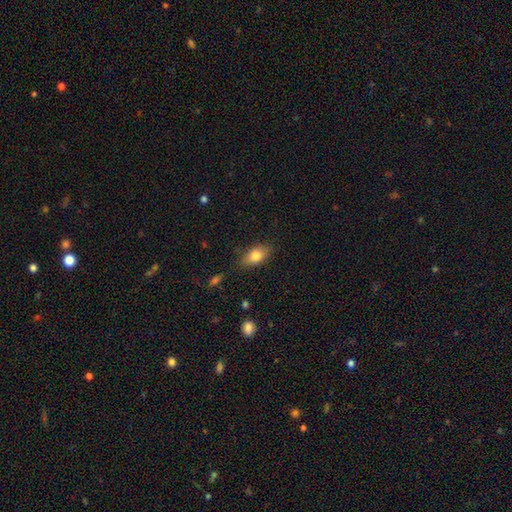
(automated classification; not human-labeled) Smooth or featured?
  - smooth: 78% *
  - featured or disk: 14%
  - star or artifact: 8%
How rounded?
  - in between: 84% *
  - cigar-shaped: 8%
  - round: 8%
Merging?
  - none: 81% *
  - minor disturbance: 14%
  - major disturbance: 3%
  - merger: 2%